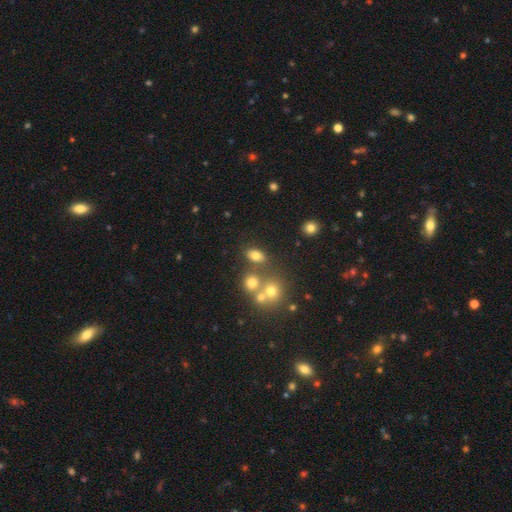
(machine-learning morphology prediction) Overall: smooth (73%). How rounded: in between (80%). Merging: none (68%).